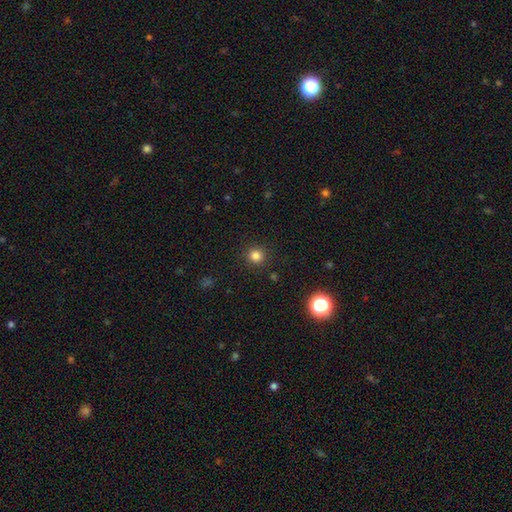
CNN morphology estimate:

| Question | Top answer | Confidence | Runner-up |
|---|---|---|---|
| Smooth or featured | smooth | 82% | star or artifact (14%) |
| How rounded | round | 93% | in between (6%) |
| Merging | none | 90% | minor disturbance (6%) |